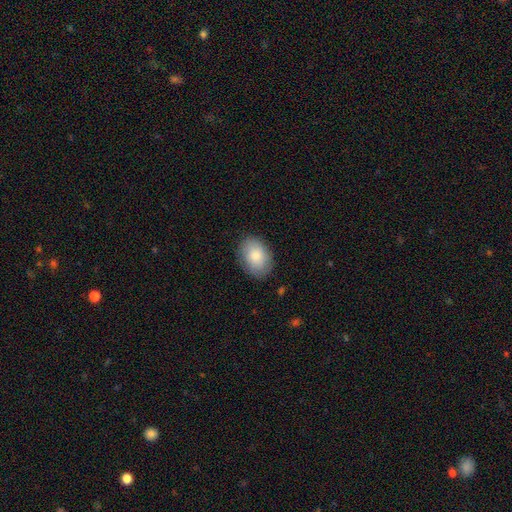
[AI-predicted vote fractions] Smooth or featured? smooth (83%)
How rounded? in between (80%)
Merging? none (84%)